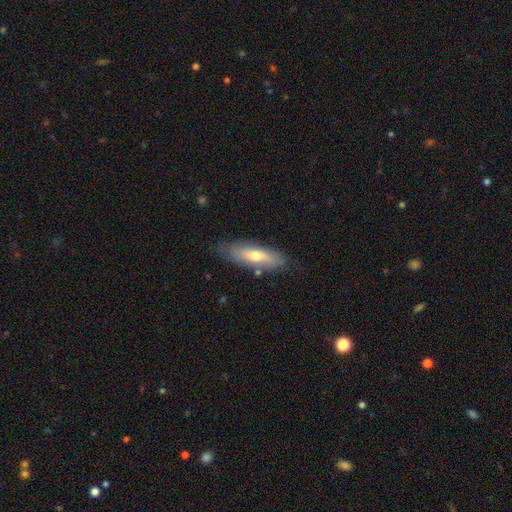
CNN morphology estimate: A smooth galaxy with no disk features (55%) that is cigar-shaped (49%). Merging: none (77%).